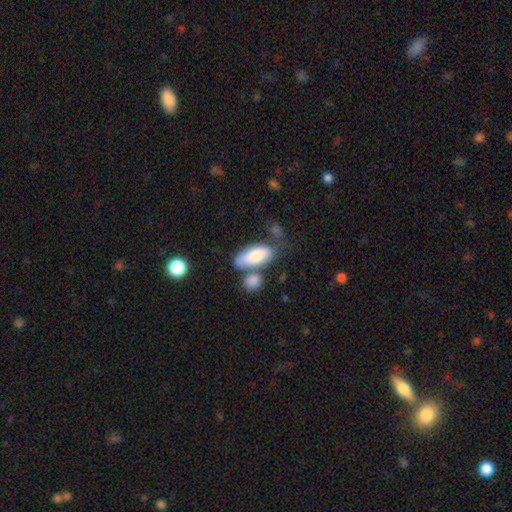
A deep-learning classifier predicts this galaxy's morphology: smooth 78%, featured or disk 16%, star or artifact 6%. Down the decision tree: how rounded — in between (85%); merging — none (49%).